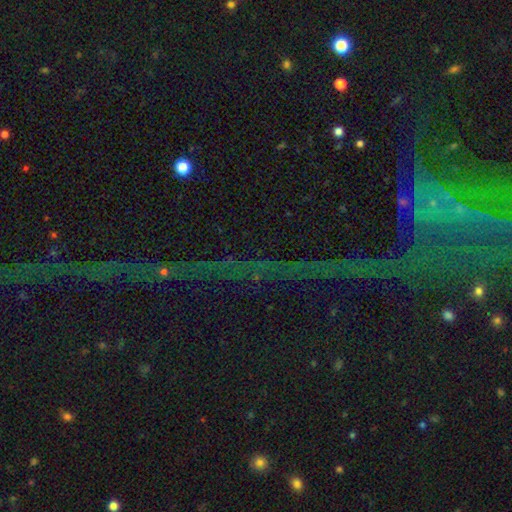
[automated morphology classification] A star or artifact, not a galaxy (74%).

Vote fractions:
- Smooth or featured? star or artifact: 74% / featured or disk: 16% / smooth: 10%